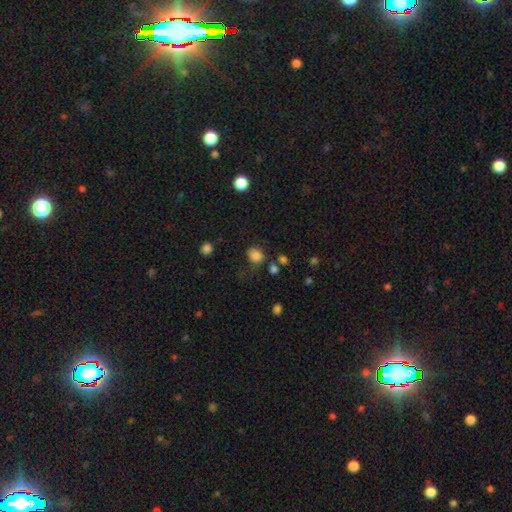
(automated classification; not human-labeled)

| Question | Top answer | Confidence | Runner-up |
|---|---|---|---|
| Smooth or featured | smooth | 81% | star or artifact (12%) |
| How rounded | round | 65% | in between (34%) |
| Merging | none | 59% | minor disturbance (23%) |